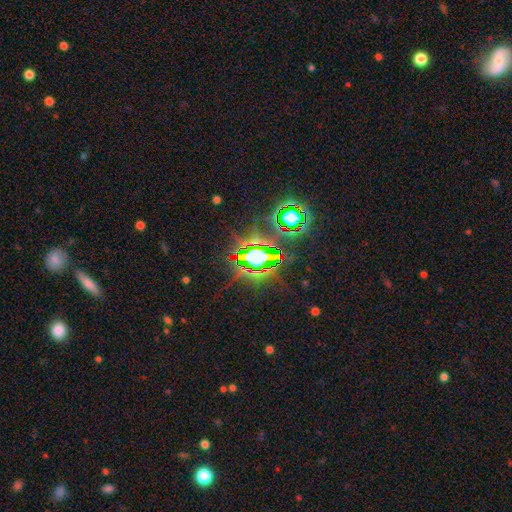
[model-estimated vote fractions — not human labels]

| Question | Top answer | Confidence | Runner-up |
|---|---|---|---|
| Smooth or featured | star or artifact | 80% | smooth (10%) |